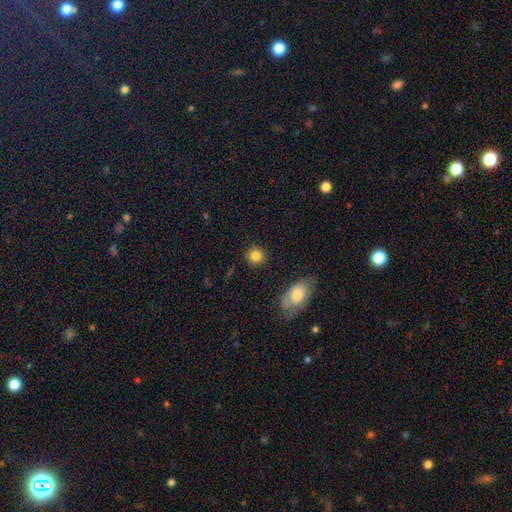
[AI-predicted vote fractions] Smooth or featured?
  - smooth: 85% *
  - star or artifact: 9%
  - featured or disk: 6%
How rounded?
  - round: 89% *
  - in between: 10%
  - cigar-shaped: 1%
Merging?
  - none: 90% *
  - minor disturbance: 7%
  - major disturbance: 2%
  - merger: 2%